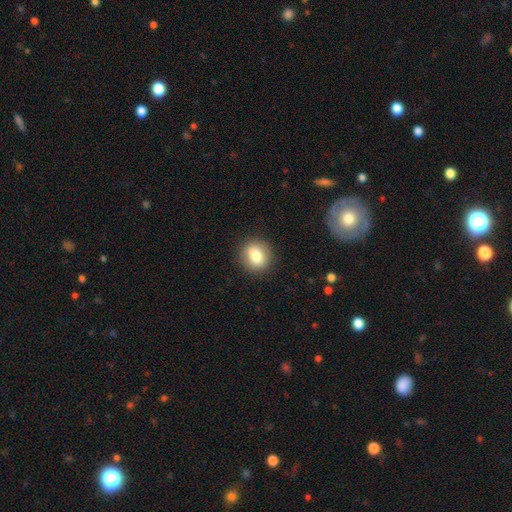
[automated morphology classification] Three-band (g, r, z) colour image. It shows a smooth galaxy with no disk features (78%) that is round (71%). Merging: none (88%).